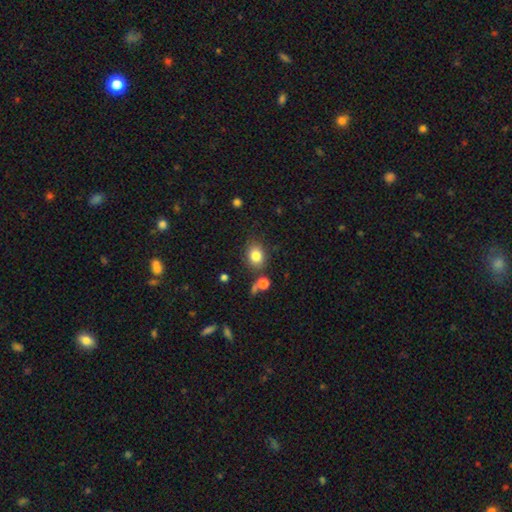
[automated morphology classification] Smooth or featured: smooth — 82% (star or artifact — 10%)
How rounded: in between — 50% (round — 49%)
Merging: none — 76% (minor disturbance — 13%)